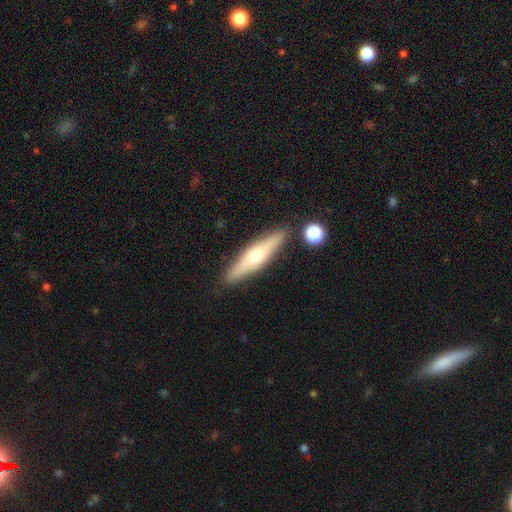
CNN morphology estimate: smooth-or-featured: featured or disk: 50% | smooth: 43% | star or artifact: 7%
  merging: none: 85% | minor disturbance: 9% | merger: 4% | major disturbance: 2%